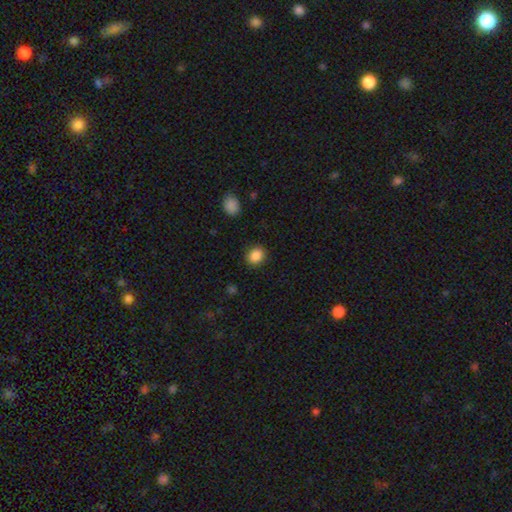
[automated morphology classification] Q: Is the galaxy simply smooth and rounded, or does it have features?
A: smooth — 87%.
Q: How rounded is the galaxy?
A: round — 68%.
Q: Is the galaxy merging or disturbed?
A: none — 89%.